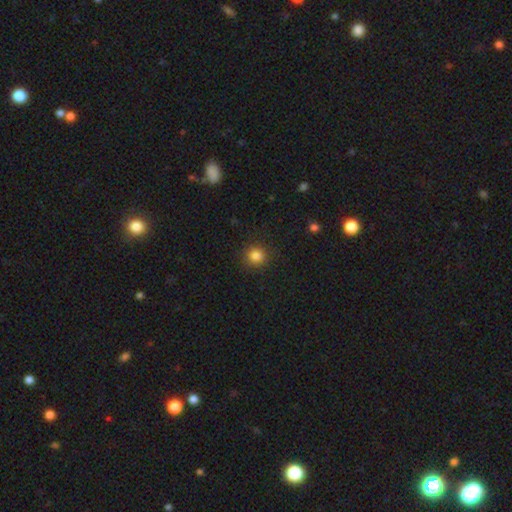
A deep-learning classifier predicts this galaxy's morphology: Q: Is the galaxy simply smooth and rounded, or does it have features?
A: smooth — 83%.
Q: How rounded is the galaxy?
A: round — 87%.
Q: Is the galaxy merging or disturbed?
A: none — 85%.